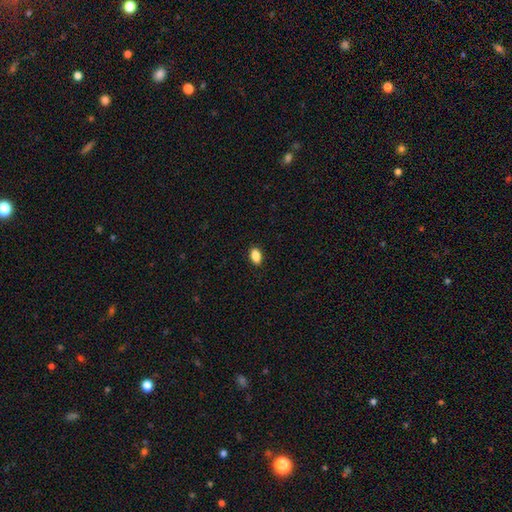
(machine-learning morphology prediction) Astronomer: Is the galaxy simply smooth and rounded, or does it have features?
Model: smooth — 88%.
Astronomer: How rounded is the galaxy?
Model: in between — 90%.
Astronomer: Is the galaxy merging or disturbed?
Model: none — 90%.